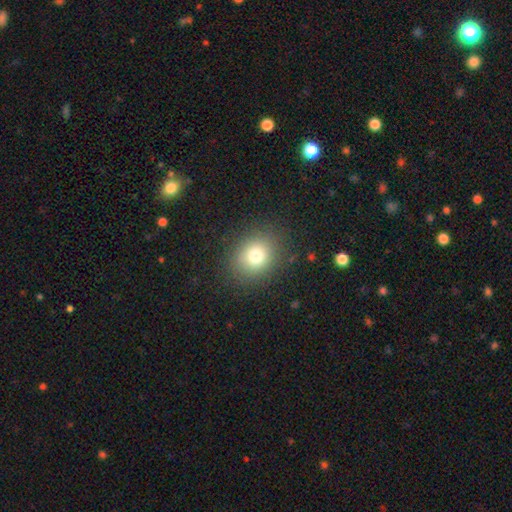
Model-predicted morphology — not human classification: Q: Smooth or featured?
A: smooth (76%); runner-up: star or artifact (14%)
Q: How rounded?
A: round (67%); runner-up: in between (32%)
Q: Merging?
A: none (86%); runner-up: minor disturbance (8%)